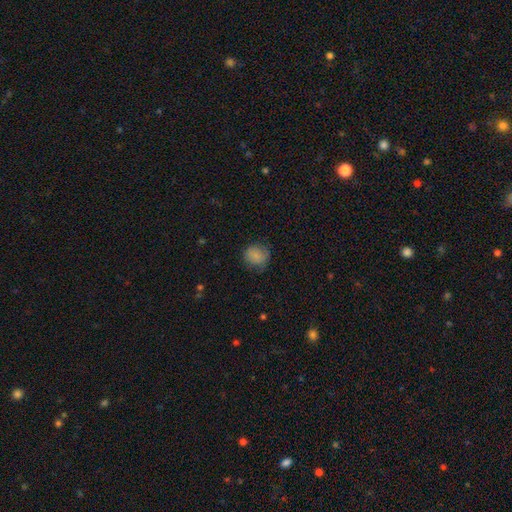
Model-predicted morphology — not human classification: smooth_or_featured: smooth (p=0.82) [alt: star or artifact p=0.09]
how_rounded: round (p=0.81) [alt: in between p=0.19]
merging: none (p=0.70) [alt: minor disturbance p=0.22]